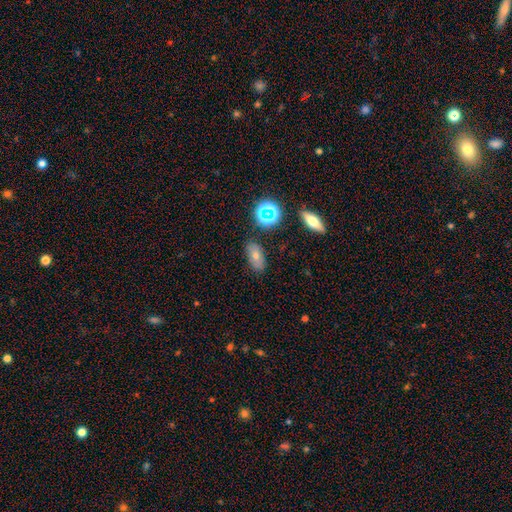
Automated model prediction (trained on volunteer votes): smooth 65%, featured or disk 19%, star or artifact 16%. Down the decision tree: how rounded — in between (87%); merging — none (81%).